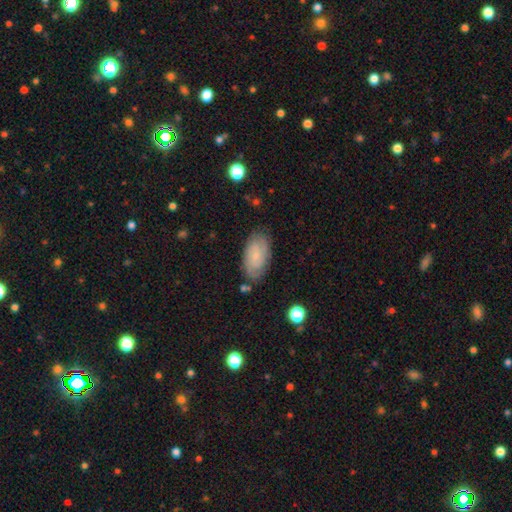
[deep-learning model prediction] A smooth galaxy with no disk features (51%) that is in between round and cigar-shaped (92%).

Vote fractions:
- Smooth or featured? smooth: 51% / featured or disk: 41% / star or artifact: 9%
- How rounded? in between: 92% / cigar-shaped: 4% / round: 4%
- Merging? none: 77% / minor disturbance: 16% / major disturbance: 4% / merger: 2%